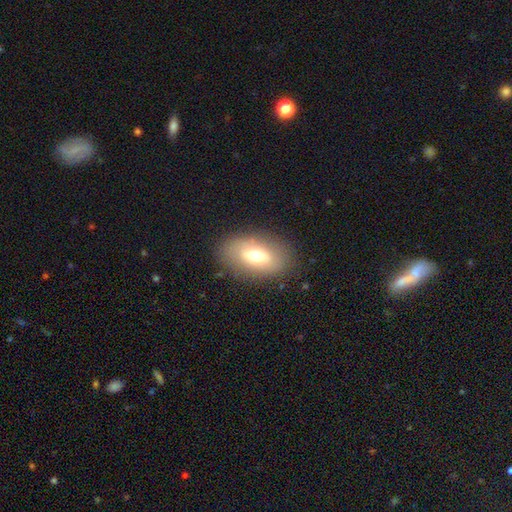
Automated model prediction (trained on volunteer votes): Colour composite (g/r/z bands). It shows a smooth galaxy with no disk features (65%) that is in between round and cigar-shaped (90%). Merging: none (83%).